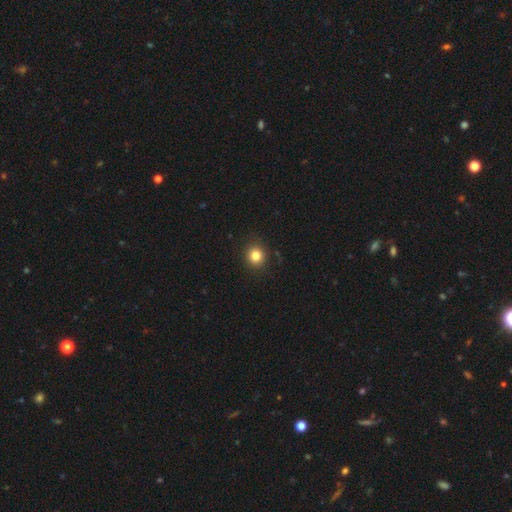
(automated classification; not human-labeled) The model was most divided on "smooth or featured": smooth: 83%, star or artifact: 12%, featured or disk: 6%. More confident: merging — none (89%); how rounded — round (87%).